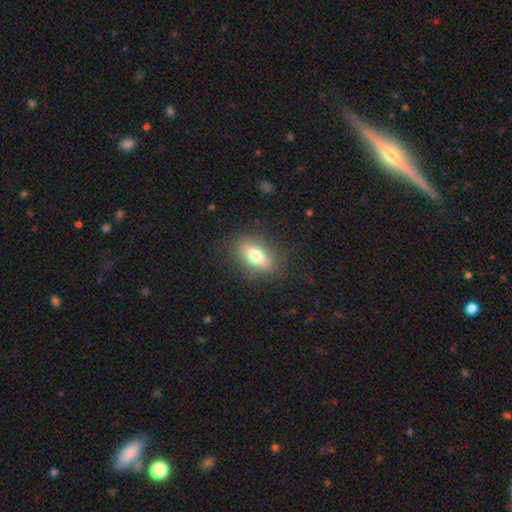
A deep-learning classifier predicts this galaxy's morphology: Overall: smooth (70%). How rounded: in between (79%). Merging: none (83%).